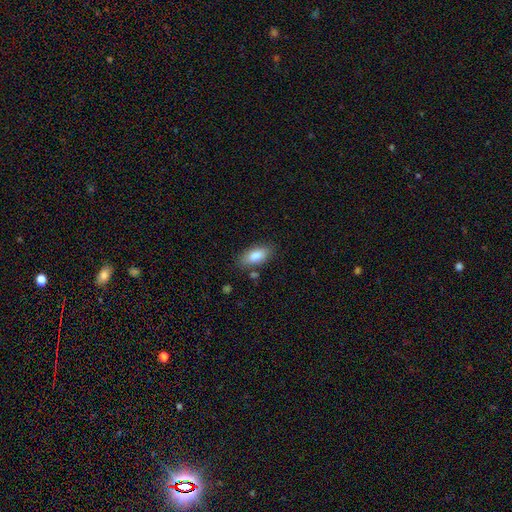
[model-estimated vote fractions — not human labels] Smooth or featured: smooth — 86% (featured or disk — 8%)
How rounded: in between — 88% (cigar-shaped — 10%)
Merging: none — 80% (minor disturbance — 13%)